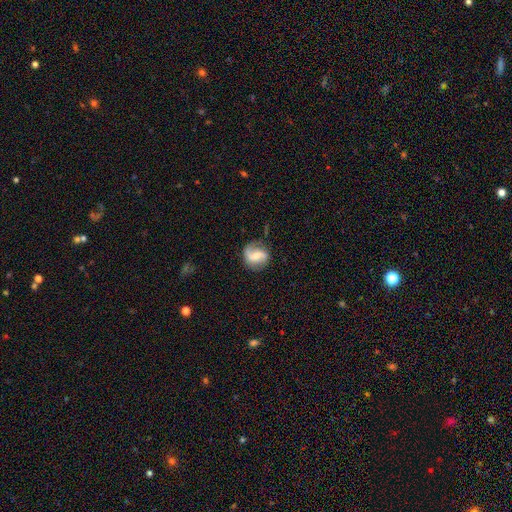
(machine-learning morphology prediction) Overall: featured or disk (74%). Edge-on disk: no (98%). Bar: weak (43%; no 33%). Spiral arms: yes (93%). Spiral arm count: 2 (77%). Spiral winding: loose (44%; medium 39%). Bulge size: moderate (47%; small 45%). Merging: none (70%).